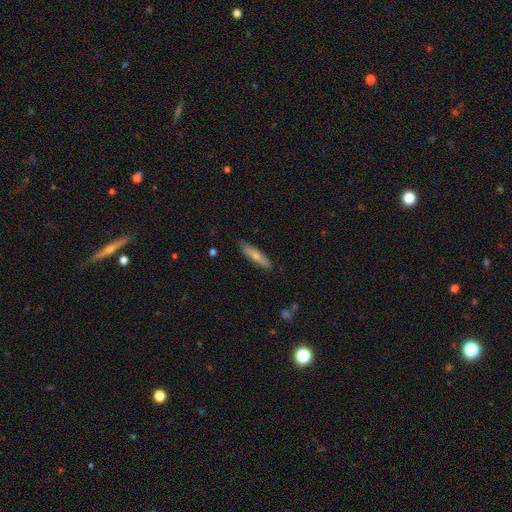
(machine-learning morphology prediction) A smooth galaxy with no disk features (66%) that is cigar-shaped (81%). Merging: none (85%).